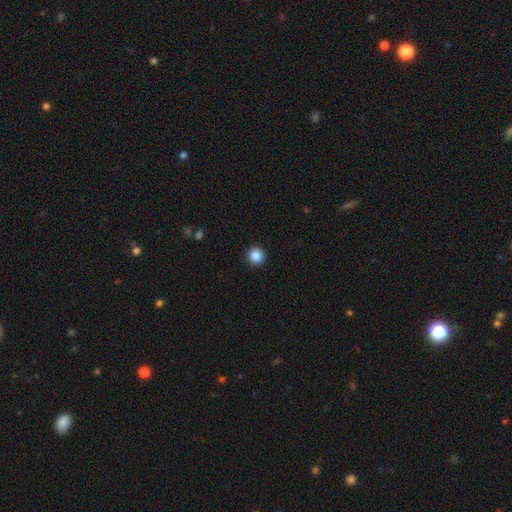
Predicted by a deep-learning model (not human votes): Smooth or featured: smooth — 86% (star or artifact — 10%)
How rounded: round — 94% (in between — 5%)
Merging: none — 93% (minor disturbance — 5%)